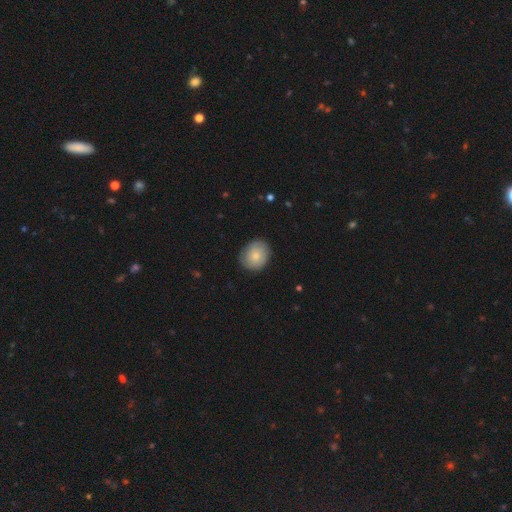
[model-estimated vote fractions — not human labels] Overall: smooth (74%). How rounded: round (68%; in between 31%). Merging: none (84%).